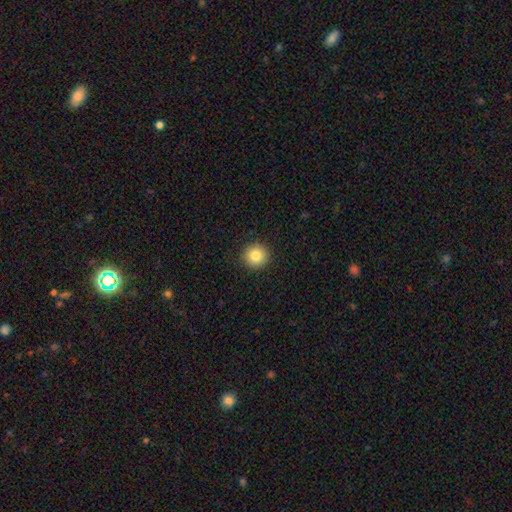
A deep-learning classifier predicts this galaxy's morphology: smooth-or-featured: smooth: 83% | star or artifact: 10% | featured or disk: 7%
  how-rounded: round: 95% | in between: 4% | cigar-shaped: 1%
  merging: none: 93% | minor disturbance: 5% | major disturbance: 2% | merger: 1%